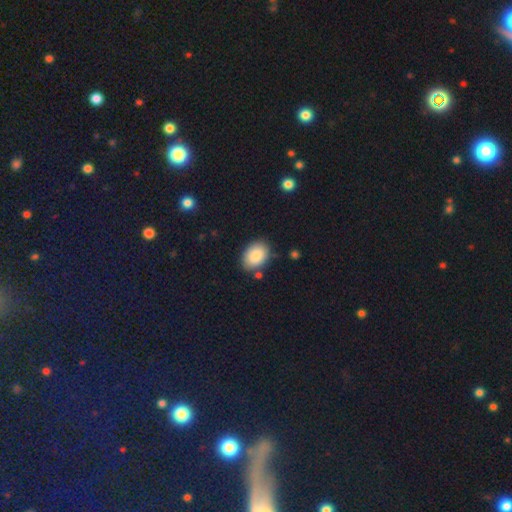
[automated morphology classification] This is clearly a smooth galaxy (88%). How rounded: clearly in between (84%). Merging: clearly none (81%).